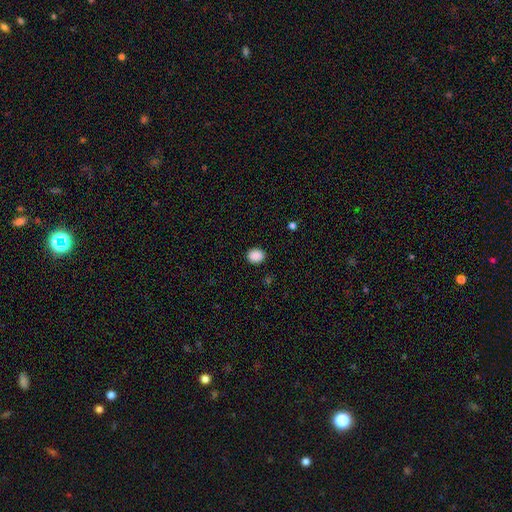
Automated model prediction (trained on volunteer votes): The model was most divided on "how rounded": round: 68%, in between: 31%, cigar-shaped: 1%. More confident: merging — none (90%); smooth or featured — smooth (89%).